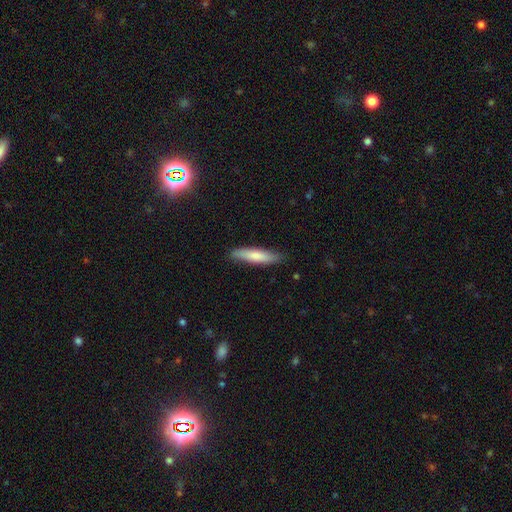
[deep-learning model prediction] A smooth galaxy with no disk features (75%) that is cigar-shaped (79%).

Vote fractions:
- Smooth or featured? smooth: 75% / featured or disk: 19% / star or artifact: 5%
- How rounded? cigar-shaped: 79% / in between: 19% / round: 1%
- Merging? none: 85% / minor disturbance: 12% / major disturbance: 2% / merger: 1%